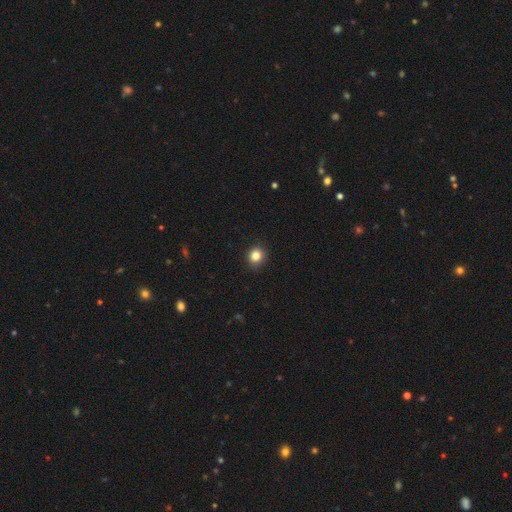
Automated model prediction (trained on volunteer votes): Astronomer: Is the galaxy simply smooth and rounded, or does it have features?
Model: smooth — 84%.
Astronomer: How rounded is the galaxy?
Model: round — 84%.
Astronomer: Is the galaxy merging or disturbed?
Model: none — 88%.